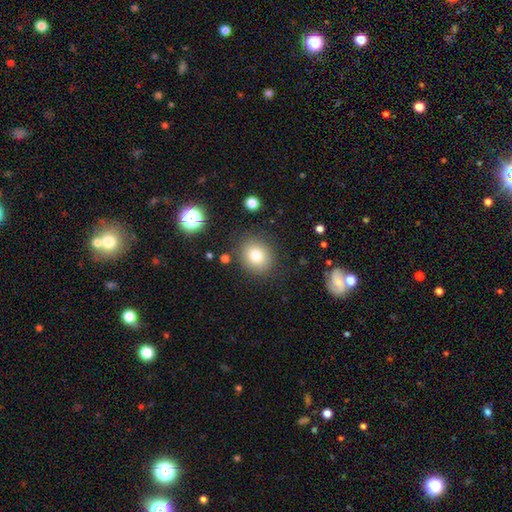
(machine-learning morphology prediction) A smooth galaxy with no disk features (78%) that is round (77%).

Vote fractions:
- Smooth or featured? smooth: 78% / star or artifact: 12% / featured or disk: 10%
- How rounded? round: 77% / in between: 23% / cigar-shaped: 1%
- Merging? none: 84% / minor disturbance: 10% / major disturbance: 4% / merger: 2%